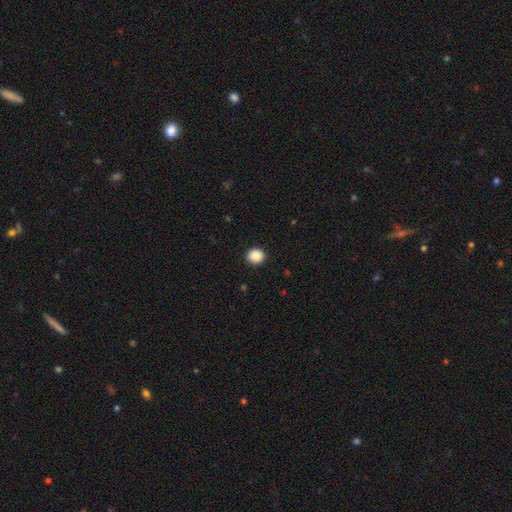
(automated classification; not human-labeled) Q: Smooth or featured?
A: smooth (89%); runner-up: star or artifact (9%)
Q: How rounded?
A: round (74%); runner-up: in between (25%)
Q: Merging?
A: none (91%); runner-up: minor disturbance (6%)